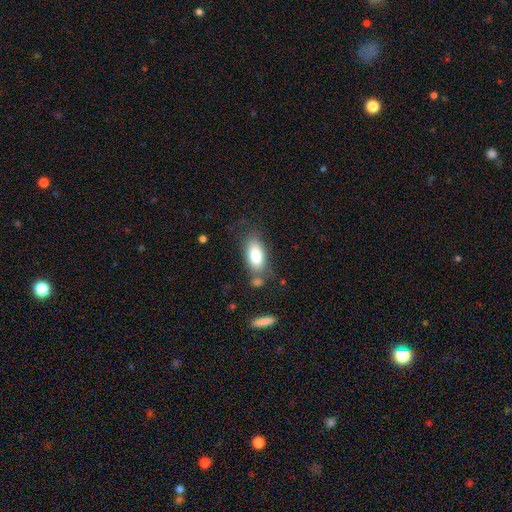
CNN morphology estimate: The model was most divided on "merging": none: 66%, minor disturbance: 16%, merger: 11%, major disturbance: 6%. More confident: how rounded — in between (88%); smooth or featured — smooth (81%).